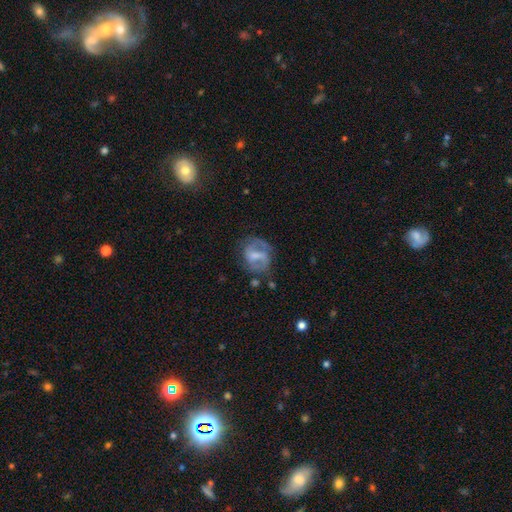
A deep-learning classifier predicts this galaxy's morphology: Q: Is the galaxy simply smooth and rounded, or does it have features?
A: featured or disk — 69%.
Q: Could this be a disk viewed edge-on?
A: no — 97%.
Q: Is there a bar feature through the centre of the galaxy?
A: weak — 49%.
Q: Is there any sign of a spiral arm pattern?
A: yes — 82%.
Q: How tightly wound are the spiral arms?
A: medium — 49%.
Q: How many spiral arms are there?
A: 2 — 77%.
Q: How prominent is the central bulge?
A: moderate — 35%.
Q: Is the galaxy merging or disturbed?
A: none — 59%.